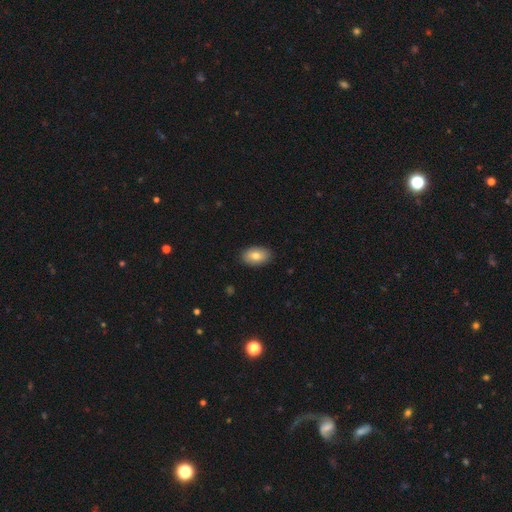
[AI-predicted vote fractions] Smooth or featured: smooth — 78% (featured or disk — 14%)
How rounded: in between — 90% (round — 8%)
Merging: none — 89% (minor disturbance — 8%)